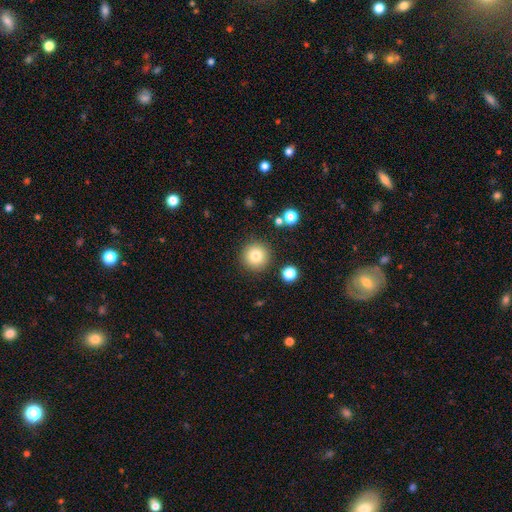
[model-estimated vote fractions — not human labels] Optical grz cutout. It shows a smooth galaxy with no disk features (81%) that is round (96%). Merging: none (88%).